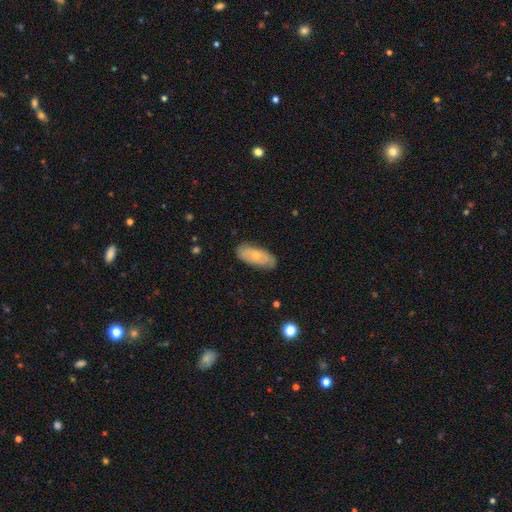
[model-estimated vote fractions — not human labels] A smooth galaxy with no disk features (56%) that is in between round and cigar-shaped (84%). Merging: none (80%).